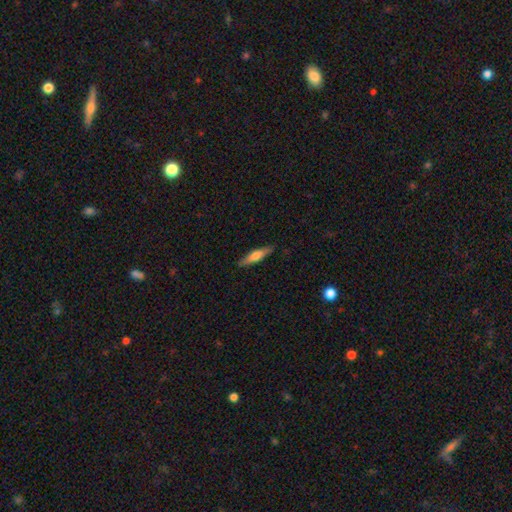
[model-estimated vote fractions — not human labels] smooth-or-featured: smooth: 53% | featured or disk: 42% | star or artifact: 6%
  how-rounded: cigar-shaped: 81% | in between: 17% | round: 2%
  merging: none: 88% | minor disturbance: 9% | major disturbance: 2% | merger: 1%